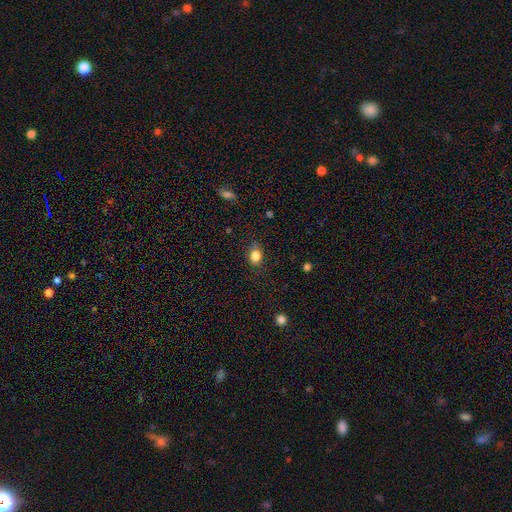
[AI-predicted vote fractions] This appears to be a smooth galaxy with no disk features (84%) that is in between round and cigar-shaped (55%). Merging: none (76%).